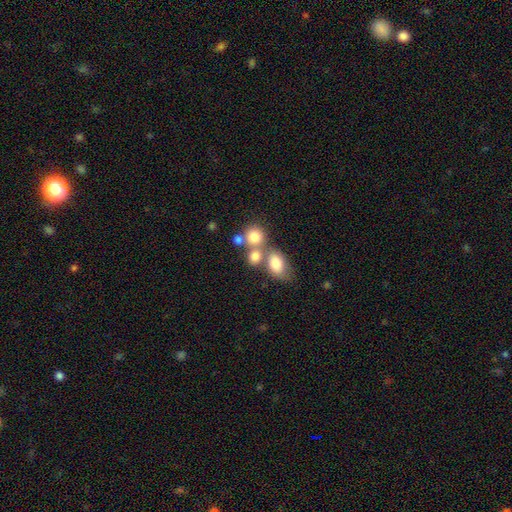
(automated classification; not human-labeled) smooth 73%, featured or disk 15%, star or artifact 12%. Down the decision tree: how rounded — in between (50%); merging — merger (47%).